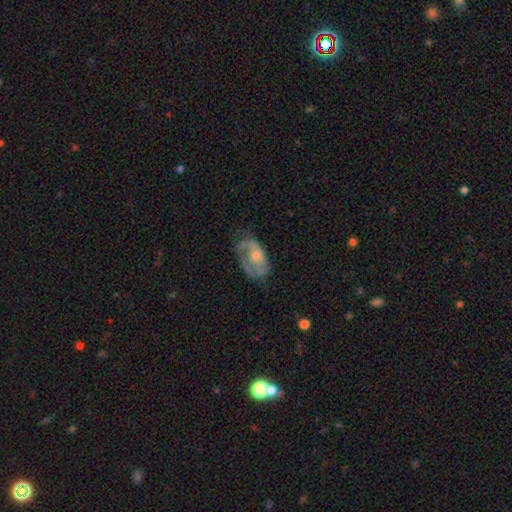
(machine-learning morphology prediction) type=featured or disk (63%); edge-on=no (94%); bar=no (77%); spiral arms=yes (65%); bulge=moderate (52%); merging=none (48%).